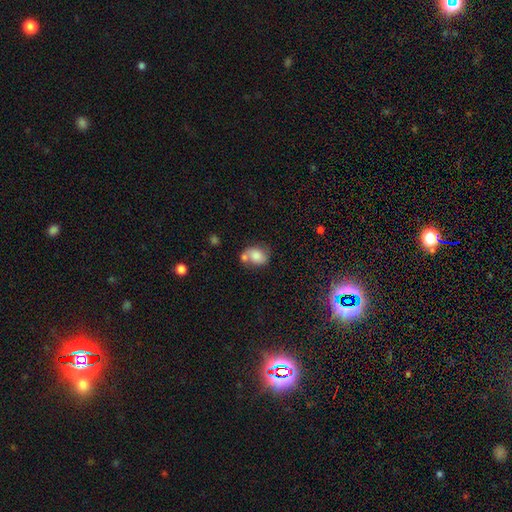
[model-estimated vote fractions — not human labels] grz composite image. It shows a smooth galaxy with no disk features (75%) that is in between round and cigar-shaped (59%). Merging: merger (39%).